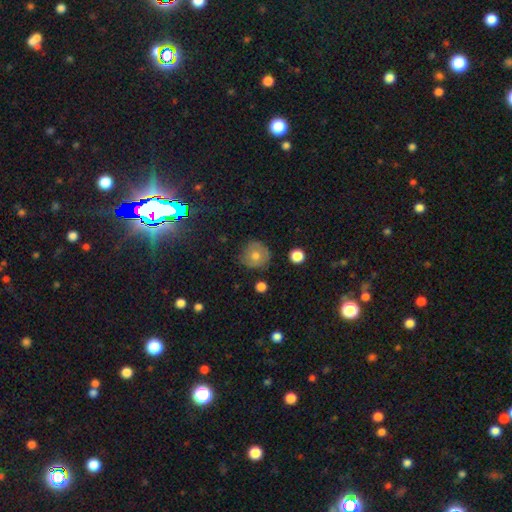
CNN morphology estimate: A smooth galaxy with no disk features (59%) that is round (90%). Merging: none (79%).